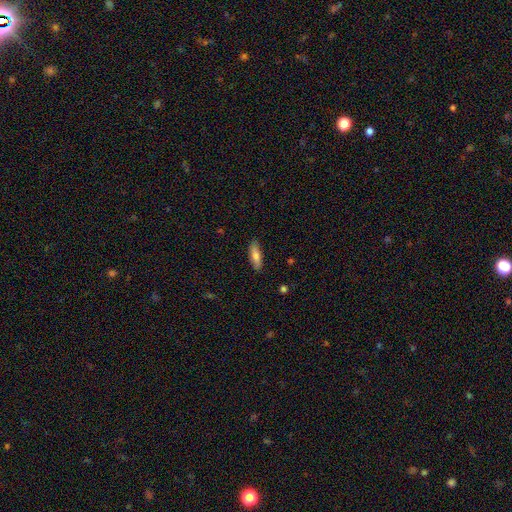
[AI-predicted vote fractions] Overall: smooth (77%). How rounded: in between (50%; cigar-shaped 49%). Merging: none (86%).